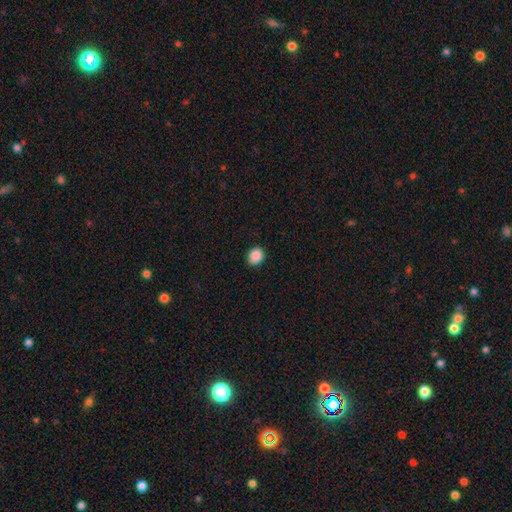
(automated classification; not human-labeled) Smooth or featured: smooth — 89% (star or artifact — 9%)
How rounded: round — 65% (in between — 34%)
Merging: none — 88% (minor disturbance — 9%)